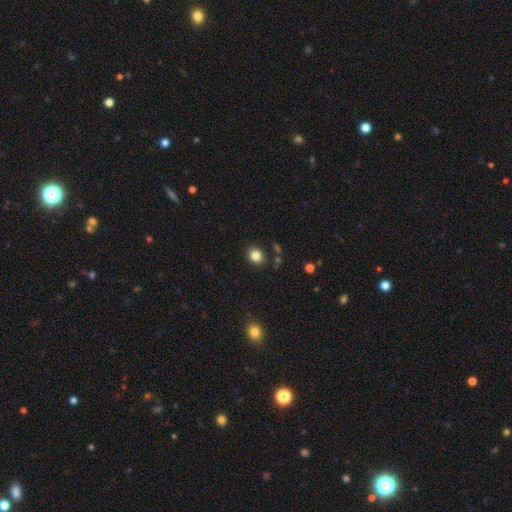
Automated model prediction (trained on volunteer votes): Smooth or featured? Predicted: smooth (p=0.83). How rounded? Predicted: round (p=0.70). Merging? Predicted: none (p=0.87).